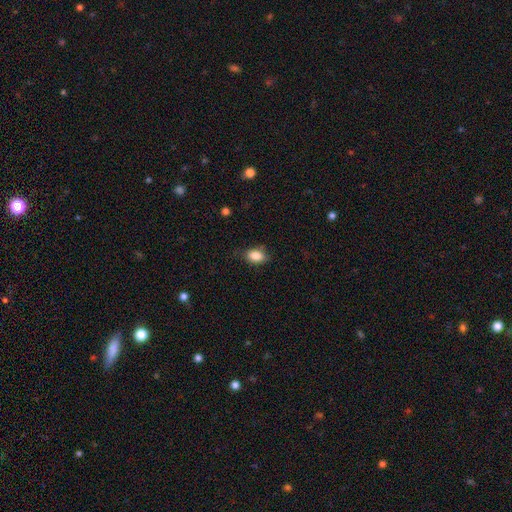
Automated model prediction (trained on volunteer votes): Overall: smooth (86%). How rounded: in between (85%). Merging: none (79%).